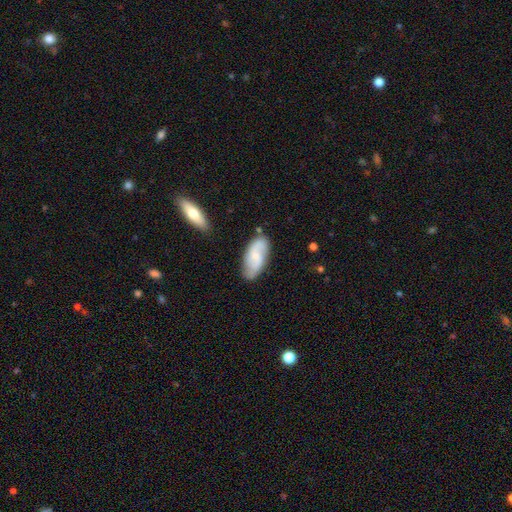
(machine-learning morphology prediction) Smooth or featured?
  - featured or disk: 57% *
  - smooth: 37%
  - star or artifact: 6%
Edge-on disk?
  - no: 94% *
  - yes: 6%
Bar?
  - no: 51% *
  - weak: 42%
  - strong: 8%
Spiral arms?
  - yes: 92% *
  - no: 8%
Bulge size?
  - small: 46% *
  - none: 26%
  - moderate: 23%
  - large: 3%
  - dominant: 1%
Merging?
  - none: 76% *
  - minor disturbance: 17%
  - major disturbance: 4%
  - merger: 3%